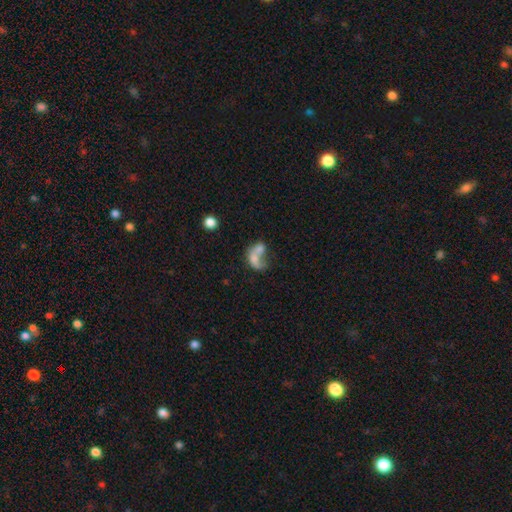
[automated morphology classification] type=smooth (53%); roundness=in between (75%); merging=merger (58%).